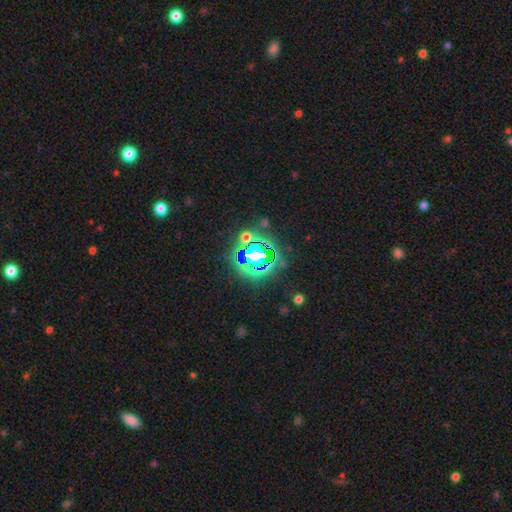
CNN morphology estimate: type=star or artifact (68%).